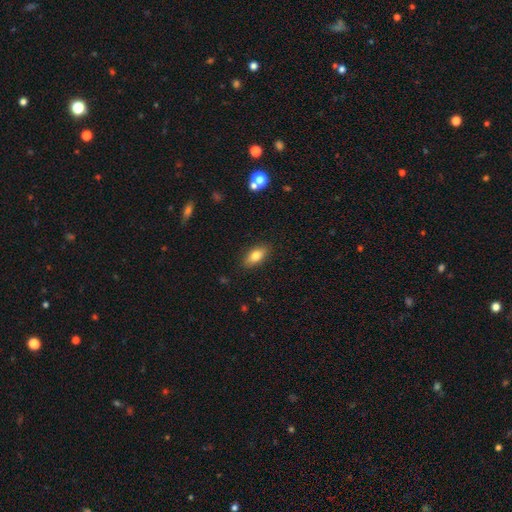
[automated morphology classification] A smooth galaxy with no disk features (80%) that is in between round and cigar-shaped (86%).

Vote fractions:
- Smooth or featured? smooth: 80% / featured or disk: 12% / star or artifact: 8%
- How rounded? in between: 86% / cigar-shaped: 9% / round: 5%
- Merging? none: 87% / minor disturbance: 9% / major disturbance: 2% / merger: 1%